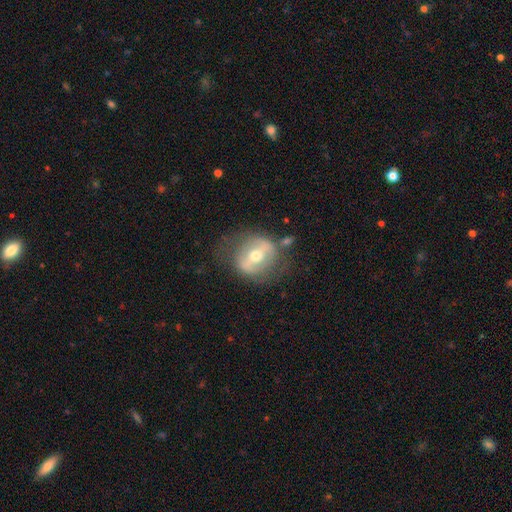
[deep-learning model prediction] This appears to be a featured or disk galaxy (69%) with a strong bar (55%), no spiral arms (57%) and a moderate central bulge (70%). Merging: none (64%).